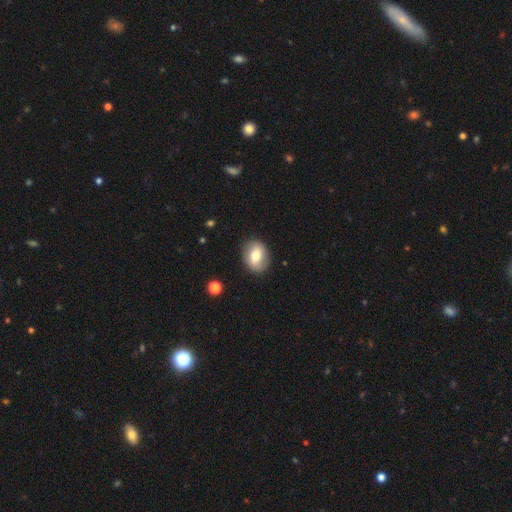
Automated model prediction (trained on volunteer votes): A smooth galaxy with no disk features (66%) that is in between round and cigar-shaped (54%).

Vote fractions:
- Smooth or featured? smooth: 66% / featured or disk: 26% / star or artifact: 8%
- How rounded? in between: 54% / round: 45% / cigar-shaped: 1%
- Merging? none: 86% / minor disturbance: 10% / major disturbance: 3% / merger: 1%